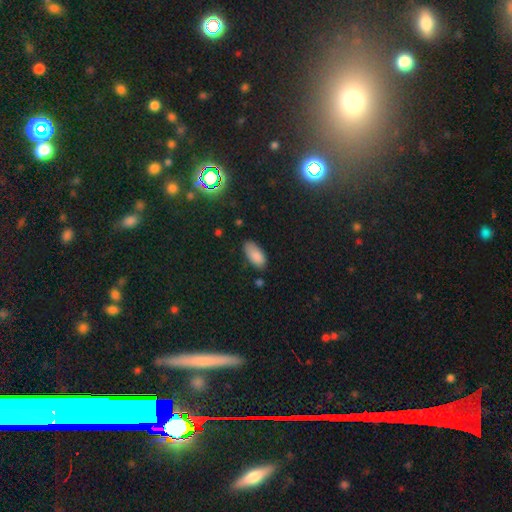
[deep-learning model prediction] Smooth or featured?
  - smooth: 87% *
  - star or artifact: 9%
  - featured or disk: 5%
How rounded?
  - in between: 92% *
  - cigar-shaped: 6%
  - round: 2%
Merging?
  - none: 76% *
  - minor disturbance: 18%
  - major disturbance: 4%
  - merger: 2%